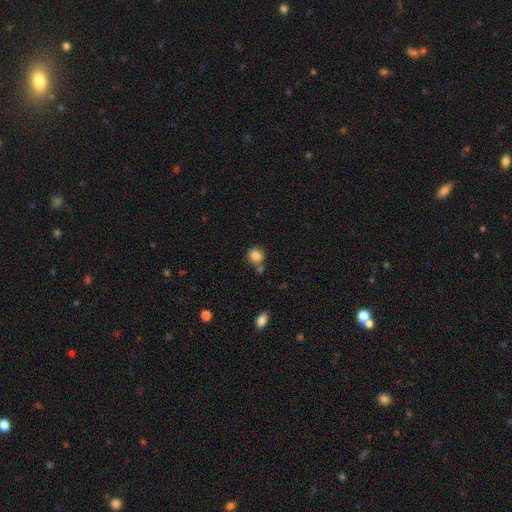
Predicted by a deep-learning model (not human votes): Smooth or featured: smooth — 85% (star or artifact — 9%)
How rounded: round — 75% (in between — 24%)
Merging: none — 63% (merger — 17%)